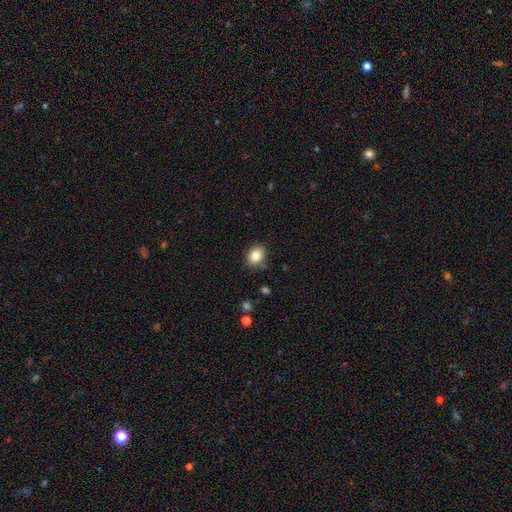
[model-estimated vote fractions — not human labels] This is clearly a smooth galaxy (84%). How rounded: possibly in between (54%). Merging: clearly none (82%).